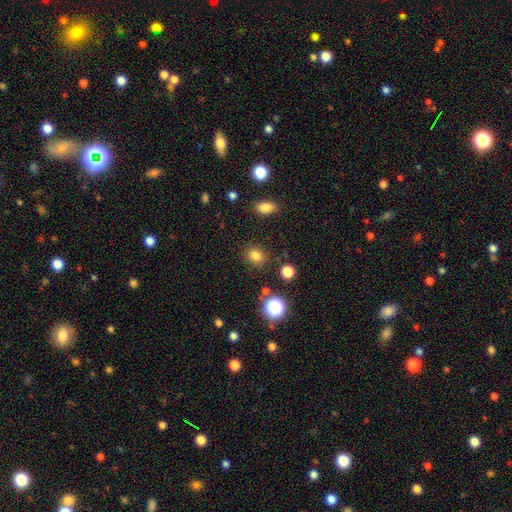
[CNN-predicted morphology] This is clearly a smooth galaxy (81%). How rounded: likely round (70%). Merging: clearly none (87%).